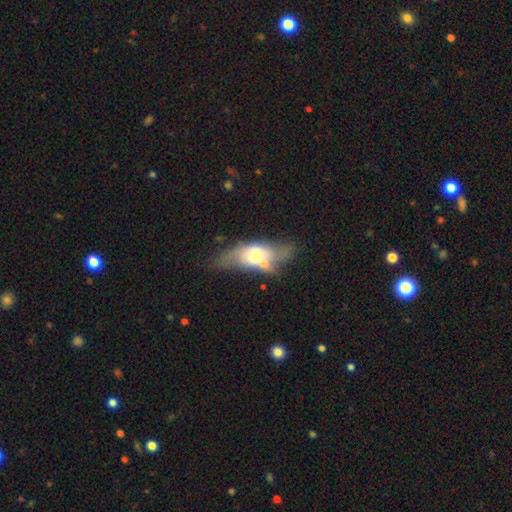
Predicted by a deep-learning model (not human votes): A featured or disk galaxy (49%). Merging: none (40%).